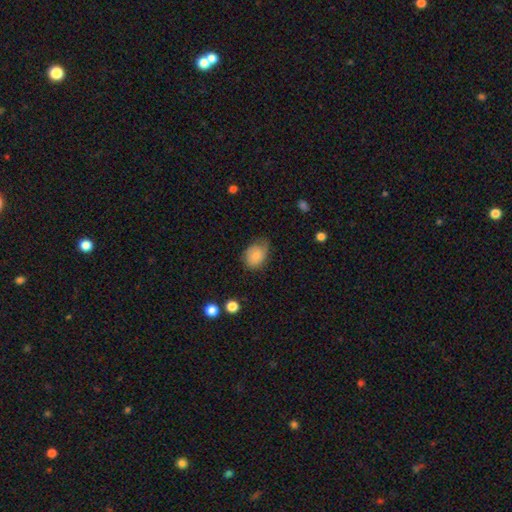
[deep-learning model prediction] The model was most divided on "merging": none: 50%, minor disturbance: 36%, major disturbance: 13%, merger: 1%. More confident: smooth or featured — smooth (76%); how rounded — in between (65%).